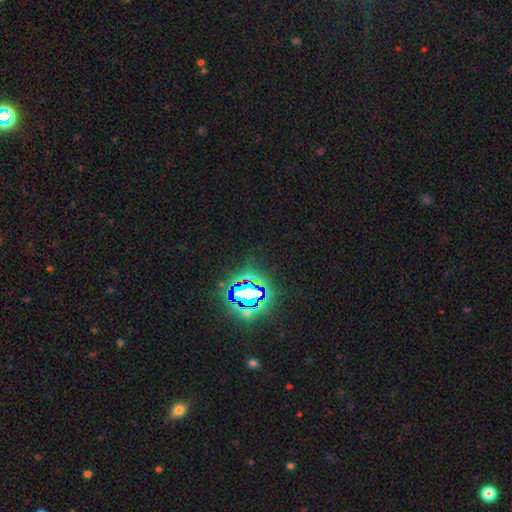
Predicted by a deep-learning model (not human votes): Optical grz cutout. It shows a star or artifact, not a galaxy (83%).